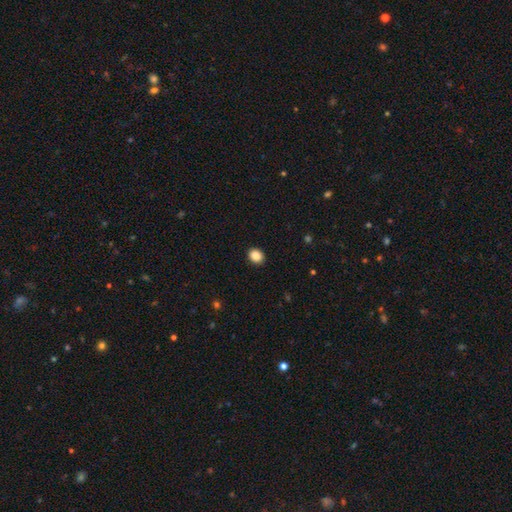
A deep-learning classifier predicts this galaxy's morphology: Smooth or featured?
  - smooth: 87% *
  - star or artifact: 10%
  - featured or disk: 3%
How rounded?
  - round: 68% *
  - in between: 31%
  - cigar-shaped: 1%
Merging?
  - none: 92% *
  - minor disturbance: 5%
  - major disturbance: 2%
  - merger: 1%